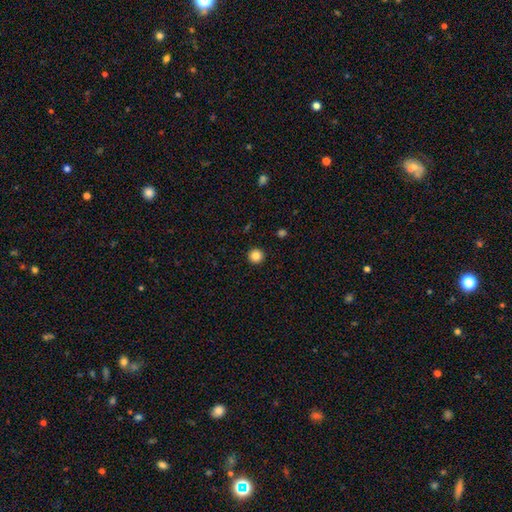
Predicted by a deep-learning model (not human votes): Smooth or featured: smooth — 85% (star or artifact — 11%)
How rounded: round — 96% (in between — 3%)
Merging: none — 93% (minor disturbance — 4%)